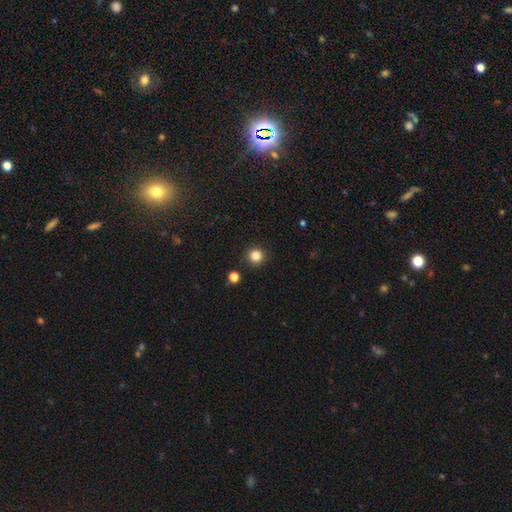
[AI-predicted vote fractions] Q: Smooth or featured?
A: smooth (84%); runner-up: star or artifact (12%)
Q: How rounded?
A: round (95%); runner-up: in between (4%)
Q: Merging?
A: none (91%); runner-up: minor disturbance (5%)